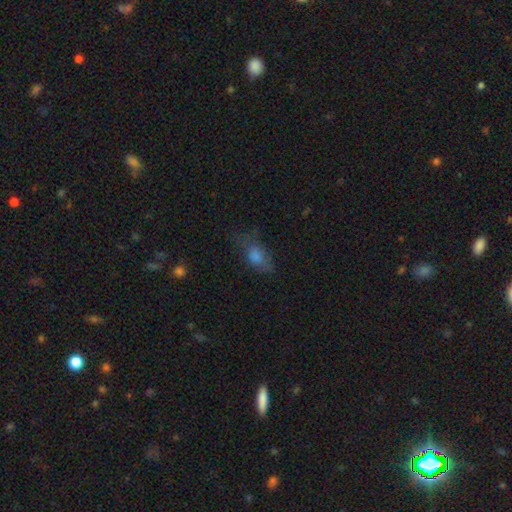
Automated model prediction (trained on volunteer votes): Morphology: type=smooth (67%); roundness=in between (76%); merging=none (52%).